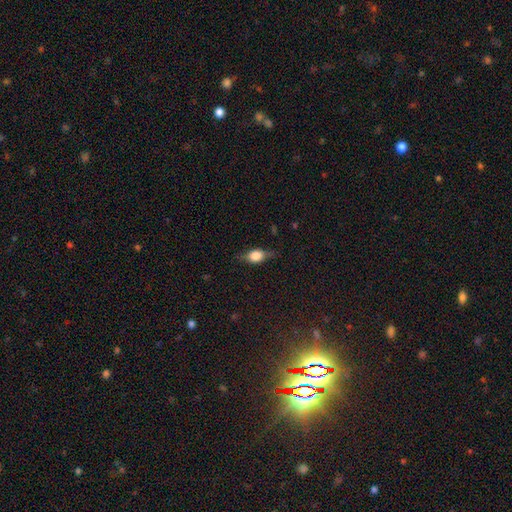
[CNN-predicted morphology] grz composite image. It shows a smooth galaxy with no disk features (60%) that is in between round and cigar-shaped (68%). Merging: none (69%).